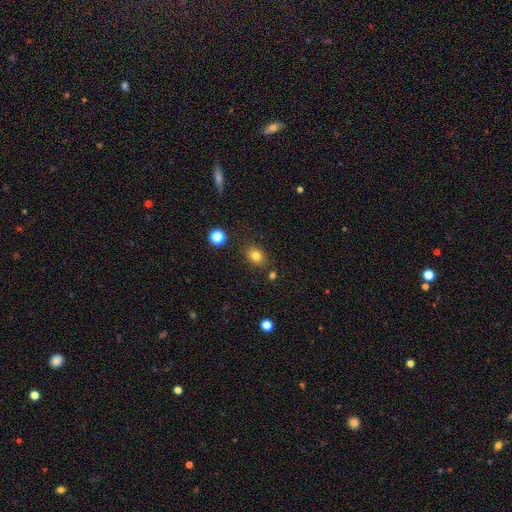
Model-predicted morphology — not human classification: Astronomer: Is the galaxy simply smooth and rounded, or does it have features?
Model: smooth — 80%.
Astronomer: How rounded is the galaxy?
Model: in between — 52% (runner-up: round, 47%).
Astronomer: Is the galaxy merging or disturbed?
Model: none — 83%.